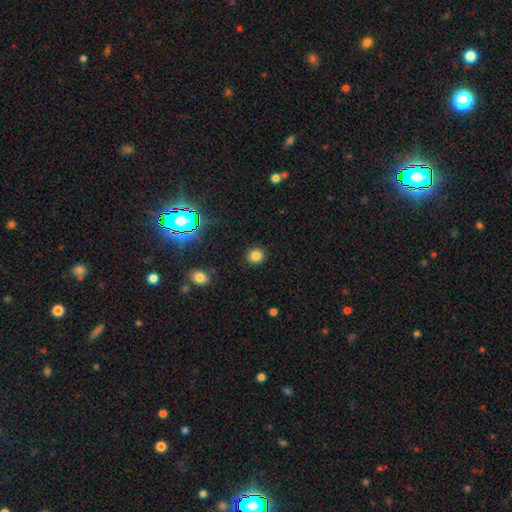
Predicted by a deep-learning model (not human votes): Smooth or featured? Predicted: smooth (p=0.81). How rounded? Predicted: round (p=0.92). Merging? Predicted: none (p=0.91).